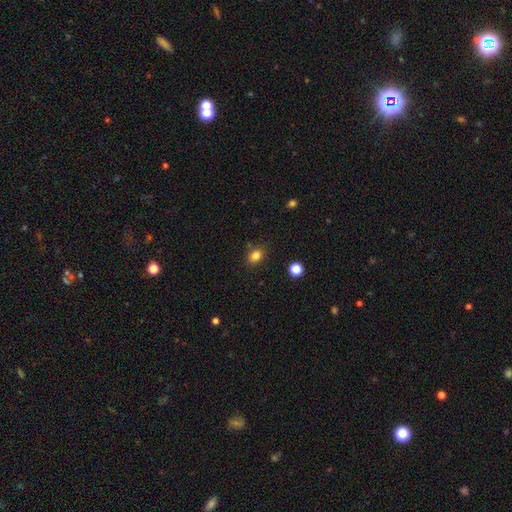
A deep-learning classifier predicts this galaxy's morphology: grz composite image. It shows a smooth galaxy with no disk features (83%) that is in between round and cigar-shaped (55%). Merging: none (83%).